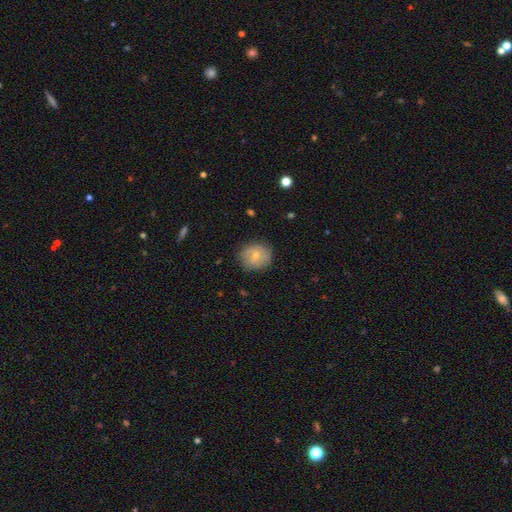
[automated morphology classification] Smooth or featured? smooth (53%)
How rounded? round (83%)
Merging? none (80%)